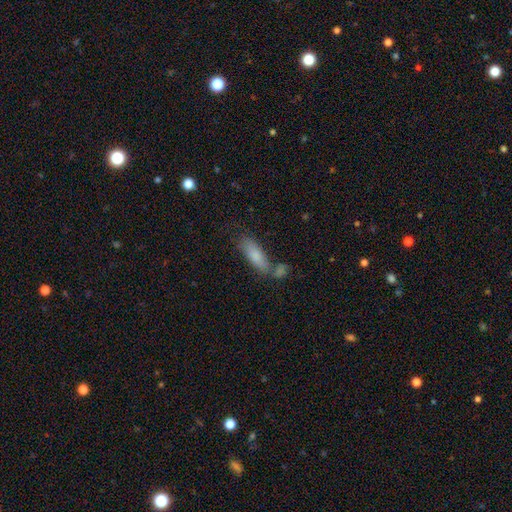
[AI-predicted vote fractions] A smooth galaxy with no disk features (79%) that is in between round and cigar-shaped (53%).

Vote fractions:
- Smooth or featured? smooth: 79% / featured or disk: 14% / star or artifact: 7%
- How rounded? in between: 53% / cigar-shaped: 45% / round: 2%
- Merging? none: 55% / merger: 23% / minor disturbance: 17% / major disturbance: 6%